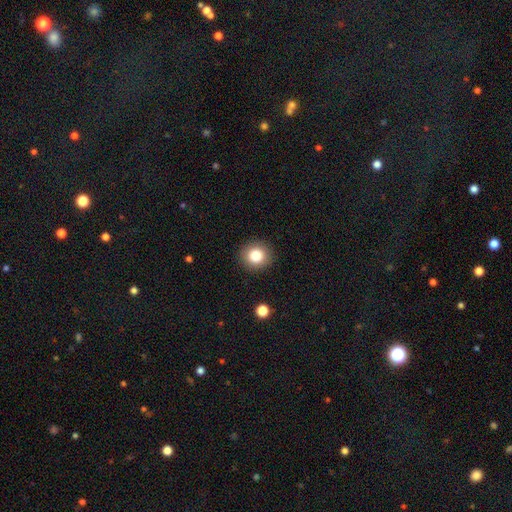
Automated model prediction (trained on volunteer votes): Smooth or featured? Predicted: smooth (p=0.83). How rounded? Predicted: round (p=0.89). Merging? Predicted: none (p=0.91).